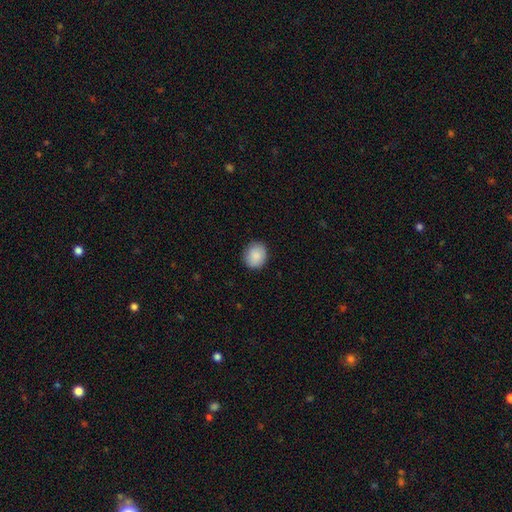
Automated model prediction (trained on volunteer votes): This appears to be a smooth galaxy with no disk features (89%) that is round (75%). Merging: none (88%).